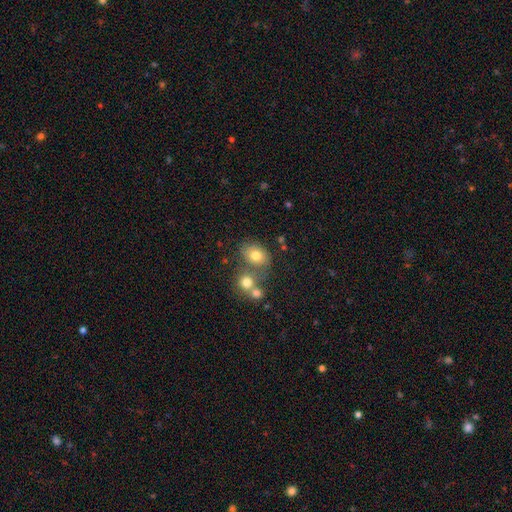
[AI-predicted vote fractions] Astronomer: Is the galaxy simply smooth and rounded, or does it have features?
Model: smooth — 73%.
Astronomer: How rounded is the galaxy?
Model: in between — 57% (runner-up: round, 42%).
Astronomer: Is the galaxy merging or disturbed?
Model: none — 54%.